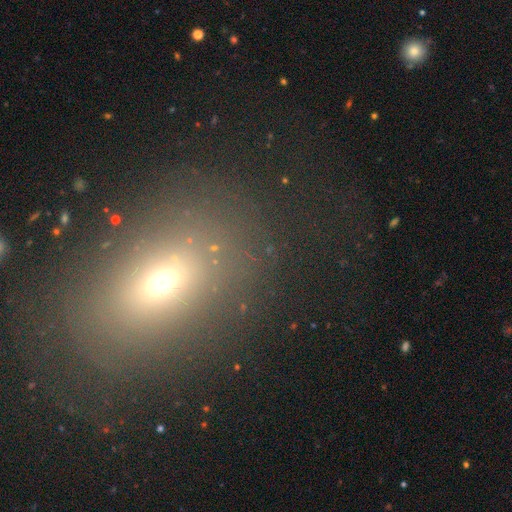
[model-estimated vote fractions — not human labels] Smooth or featured: smooth — 54% (star or artifact — 27%)
How rounded: in between — 65% (round — 31%)
Merging: none — 72% (minor disturbance — 13%)